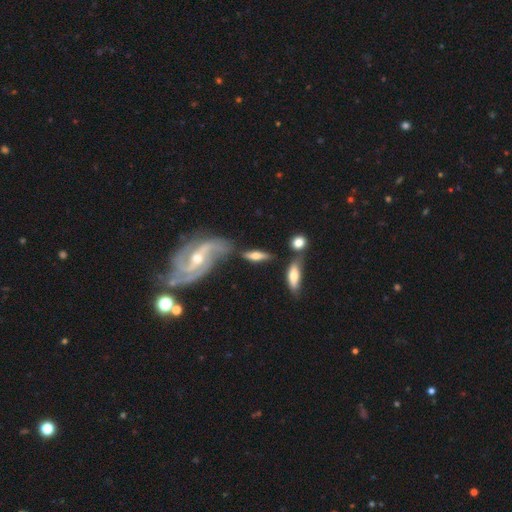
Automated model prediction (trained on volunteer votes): Q: Smooth or featured?
A: featured or disk (51%); runner-up: smooth (42%)
Q: Edge-on disk?
A: yes (62%); runner-up: no (38%)
Q: Merging?
A: none (58%); runner-up: minor disturbance (18%)